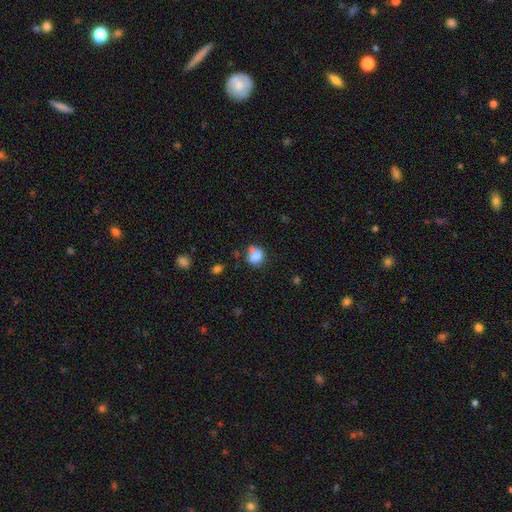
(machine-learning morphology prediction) Smooth or featured?
  - smooth: 80% *
  - star or artifact: 10%
  - featured or disk: 10%
How rounded?
  - round: 62% *
  - in between: 37%
  - cigar-shaped: 1%
Merging?
  - none: 51% *
  - merger: 24%
  - minor disturbance: 18%
  - major disturbance: 7%